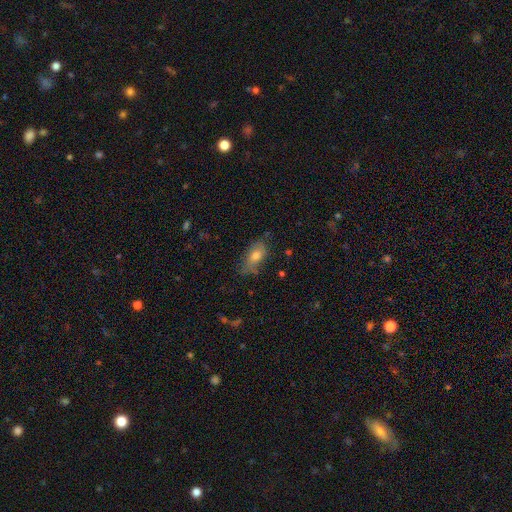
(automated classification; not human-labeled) Q: Smooth or featured?
A: smooth (64%); runner-up: featured or disk (25%)
Q: How rounded?
A: in between (83%); runner-up: round (9%)
Q: Merging?
A: none (61%); runner-up: minor disturbance (28%)